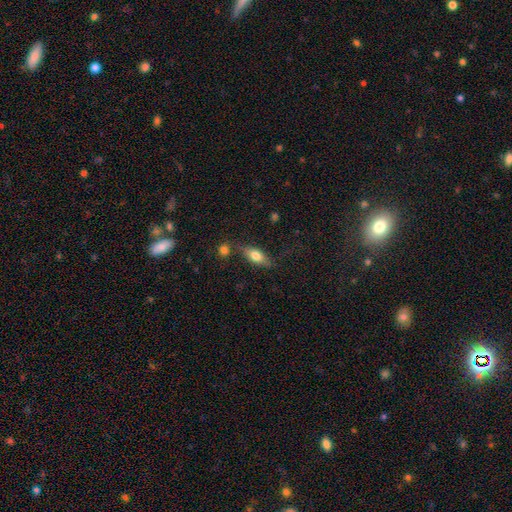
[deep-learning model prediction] The model was most divided on "smooth or featured": smooth: 69%, featured or disk: 23%, star or artifact: 7%. More confident: how rounded — in between (74%); merging — none (68%).